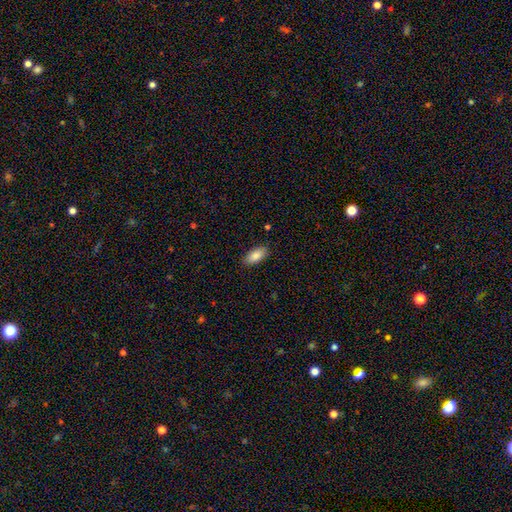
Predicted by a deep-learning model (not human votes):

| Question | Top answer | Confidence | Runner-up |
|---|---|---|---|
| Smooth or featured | smooth | 86% | featured or disk (8%) |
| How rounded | in between | 91% | cigar-shaped (7%) |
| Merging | none | 87% | minor disturbance (10%) |